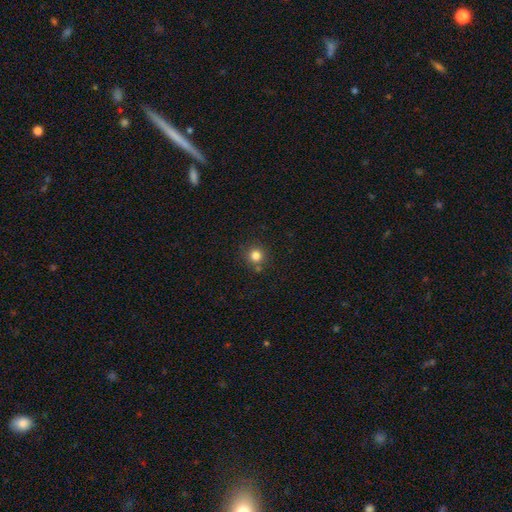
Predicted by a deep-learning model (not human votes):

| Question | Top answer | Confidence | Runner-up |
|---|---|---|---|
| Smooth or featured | smooth | 81% | star or artifact (13%) |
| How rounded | round | 93% | in between (6%) |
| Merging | none | 80% | minor disturbance (9%) |